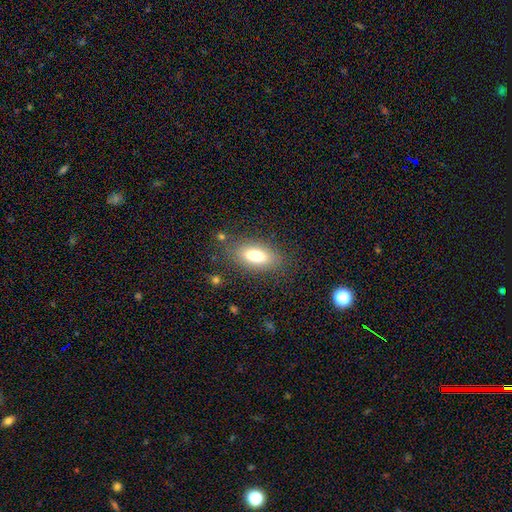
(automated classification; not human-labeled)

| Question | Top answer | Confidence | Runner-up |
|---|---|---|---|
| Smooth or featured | smooth | 76% | featured or disk (16%) |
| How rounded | in between | 83% | cigar-shaped (13%) |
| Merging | none | 81% | minor disturbance (12%) |